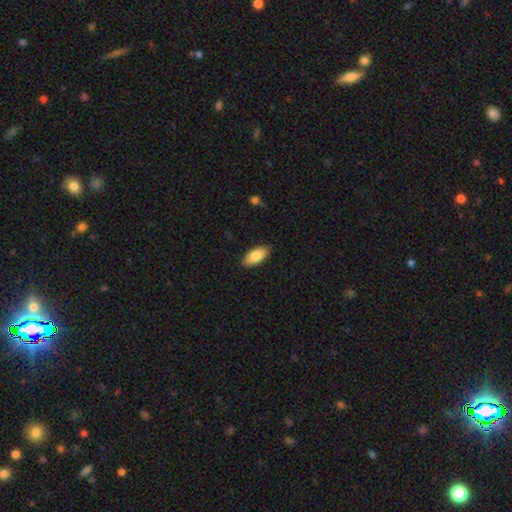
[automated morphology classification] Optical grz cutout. It shows a smooth galaxy with no disk features (84%) that is in between round and cigar-shaped (91%). Merging: none (87%).